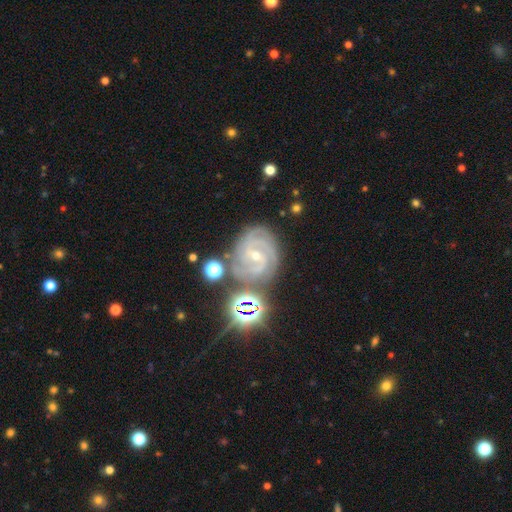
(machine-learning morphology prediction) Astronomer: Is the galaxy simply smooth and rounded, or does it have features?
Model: featured or disk — 85%.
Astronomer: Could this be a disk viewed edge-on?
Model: no — 98%.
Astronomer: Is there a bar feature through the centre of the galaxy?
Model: no — 41%, tied with weak at 41%.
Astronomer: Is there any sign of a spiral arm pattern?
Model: yes — 98%.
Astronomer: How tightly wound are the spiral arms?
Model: tight — 70%.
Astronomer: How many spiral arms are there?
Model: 3 — 42% (runner-up: 4, 18%).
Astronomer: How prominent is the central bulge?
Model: small — 67%.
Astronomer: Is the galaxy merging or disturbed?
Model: none — 74%.